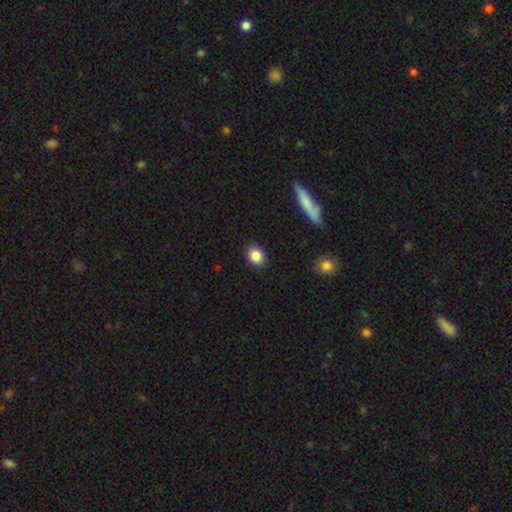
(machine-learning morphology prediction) smooth_or_featured: smooth (p=0.87) [alt: star or artifact p=0.09]
how_rounded: round (p=0.57) [alt: in between p=0.41]
merging: none (p=0.89) [alt: minor disturbance p=0.08]